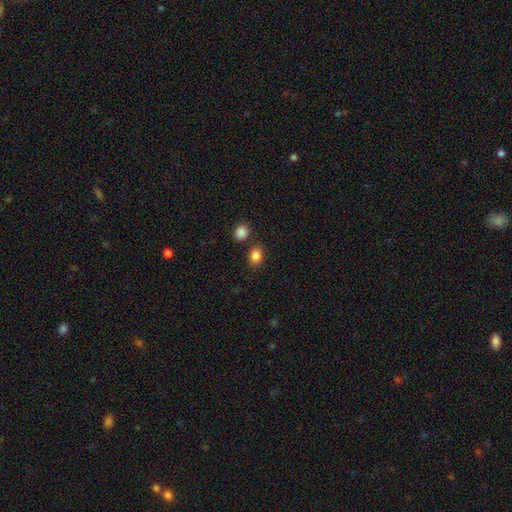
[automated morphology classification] smooth 86%, star or artifact 10%, featured or disk 4%. Down the decision tree: how rounded — in between (56%); merging — none (78%).